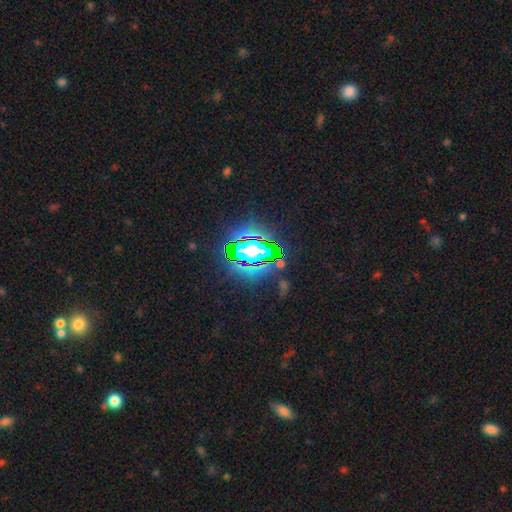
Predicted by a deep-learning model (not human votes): Overall: star or artifact (74%).